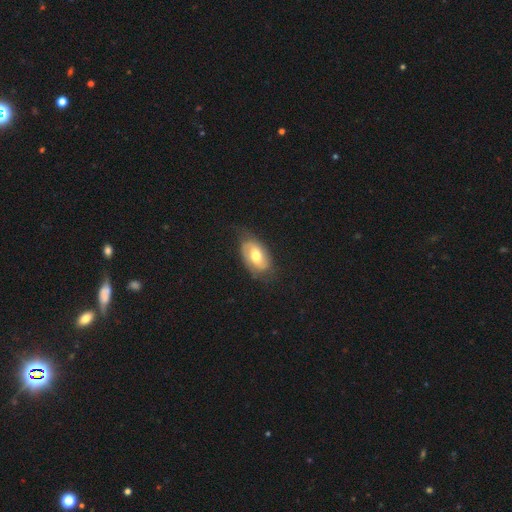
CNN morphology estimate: featured or disk 59%, smooth 35%, star or artifact 6%. Down the decision tree: edge-on disk — no (93%); bar — no (45%); spiral arms — yes (76%); bulge size — moderate (72%); merging — none (69%).